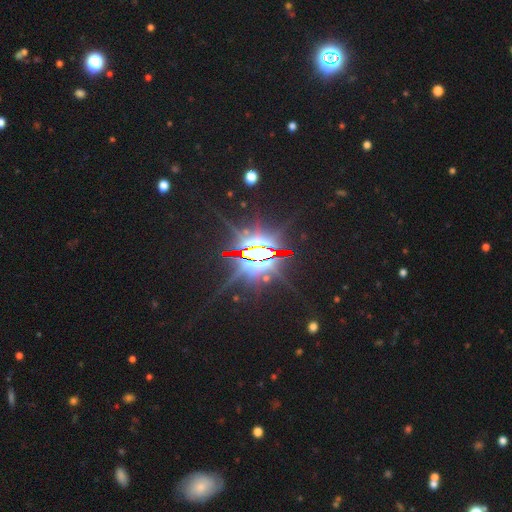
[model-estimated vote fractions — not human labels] The model was most divided on "smooth or featured": star or artifact: 84%, featured or disk: 11%, smooth: 6%.